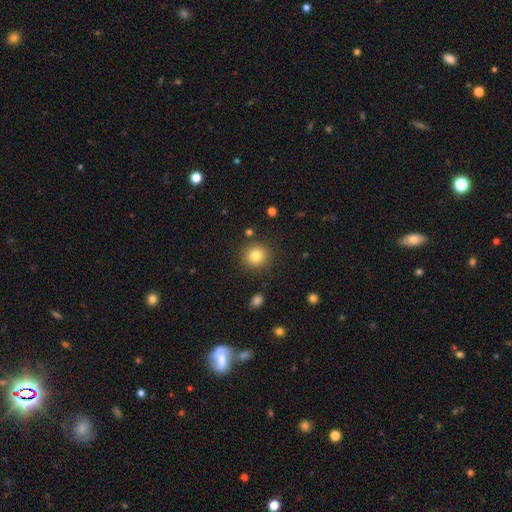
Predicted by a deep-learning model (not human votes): This appears to be a smooth galaxy with no disk features (81%) that is round (92%). Merging: none (88%).